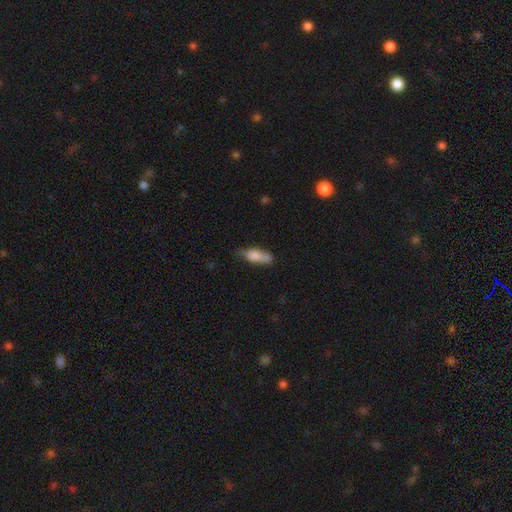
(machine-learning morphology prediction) smooth-or-featured: smooth: 78% | featured or disk: 15% | star or artifact: 7%
  how-rounded: in between: 63% | cigar-shaped: 34% | round: 3%
  merging: none: 51% | minor disturbance: 30% | major disturbance: 9% | merger: 9%